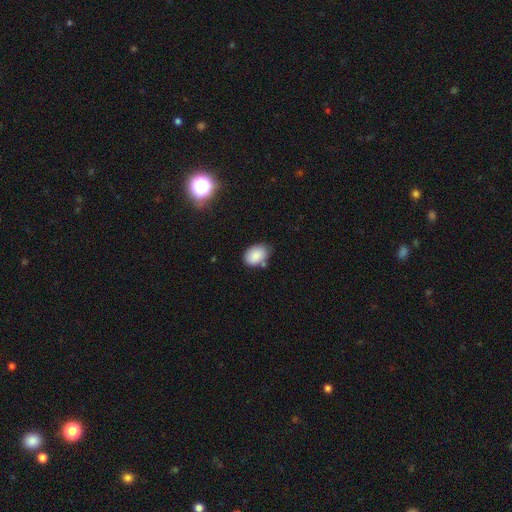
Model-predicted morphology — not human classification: This appears to be a smooth galaxy with no disk features (86%) that is in between round and cigar-shaped (81%). Merging: none (69%).